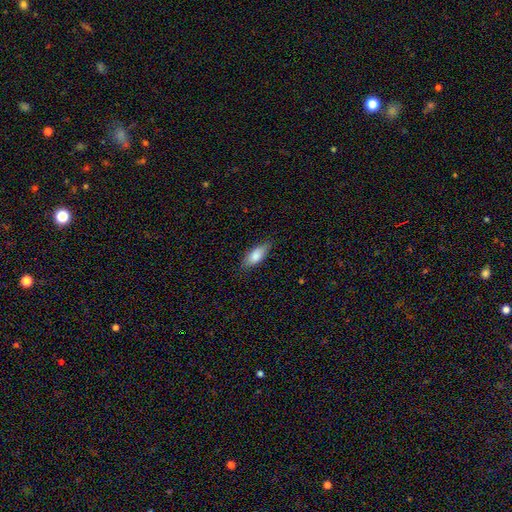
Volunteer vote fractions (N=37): smooth-or-featured: smooth: 84% | featured or disk: 11% | star or artifact: 5%
  how-rounded: in between: 71% | cigar-shaped: 29% | round: 0%
  merging: none: 86% | minor disturbance: 14% | major disturbance: 0% | merger: 0%